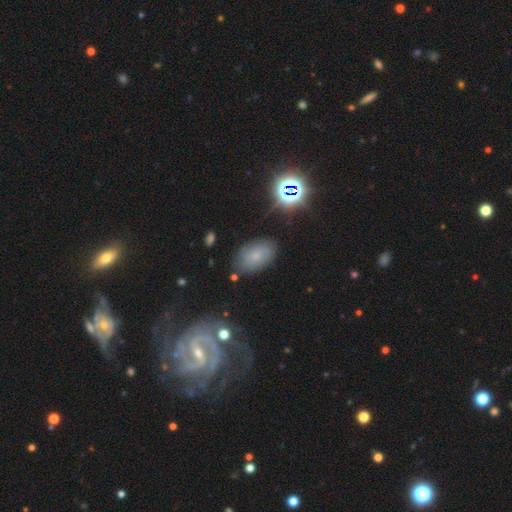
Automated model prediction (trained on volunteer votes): smooth 63%, featured or disk 19%, star or artifact 17%. Down the decision tree: how rounded — in between (89%); merging — none (77%).